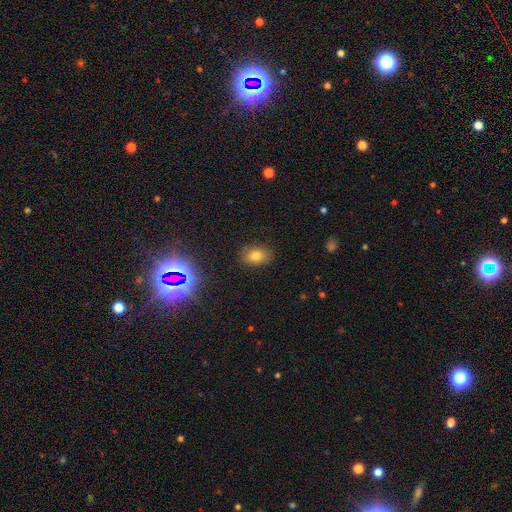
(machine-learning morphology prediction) A smooth galaxy with no disk features (75%) that is in between round and cigar-shaped (79%). Merging: none (85%).